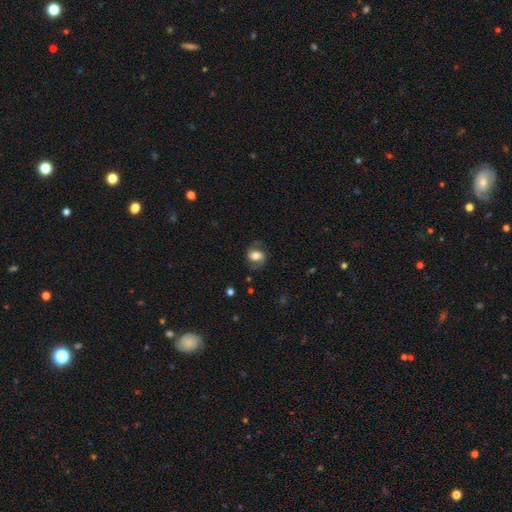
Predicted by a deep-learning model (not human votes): Overall: smooth (50%; featured or disk 41%). How rounded: in between (60%; round 38%). Merging: none (69%).